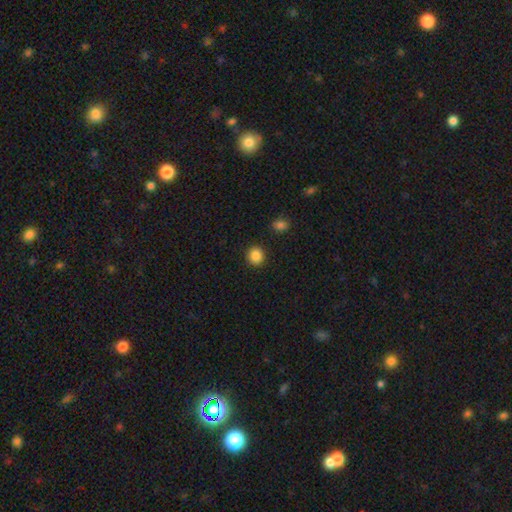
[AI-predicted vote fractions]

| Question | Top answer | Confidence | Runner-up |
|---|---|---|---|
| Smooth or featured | smooth | 86% | star or artifact (10%) |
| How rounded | round | 89% | in between (10%) |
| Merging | none | 91% | minor disturbance (5%) |